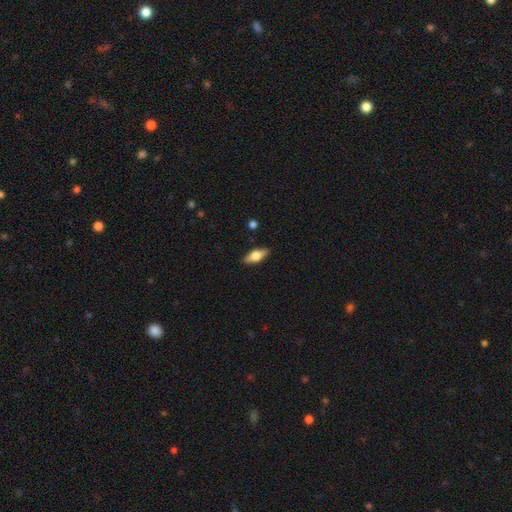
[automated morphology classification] Smooth or featured? smooth (59%)
How rounded? in between (73%)
Merging? none (87%)